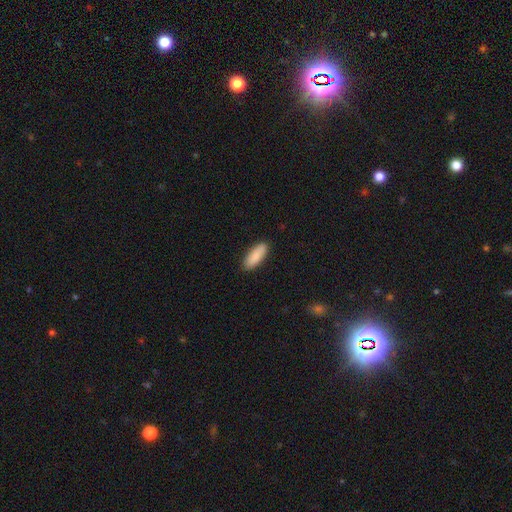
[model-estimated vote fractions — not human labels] A smooth galaxy with no disk features (89%) that is in between round and cigar-shaped (68%). Merging: none (89%).